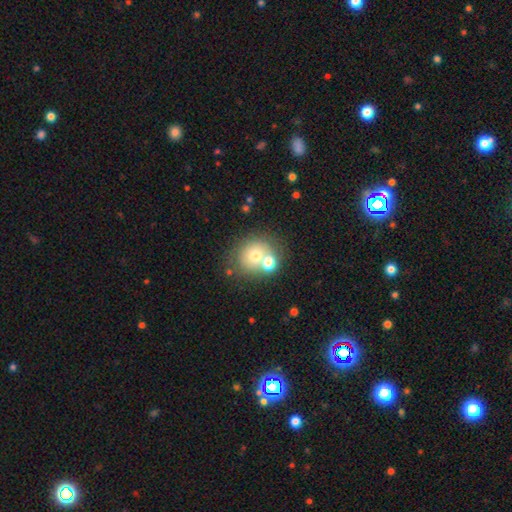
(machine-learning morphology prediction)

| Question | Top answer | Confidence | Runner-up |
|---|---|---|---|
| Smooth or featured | smooth | 67% | featured or disk (20%) |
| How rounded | round | 77% | in between (22%) |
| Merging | none | 45% | merger (41%) |